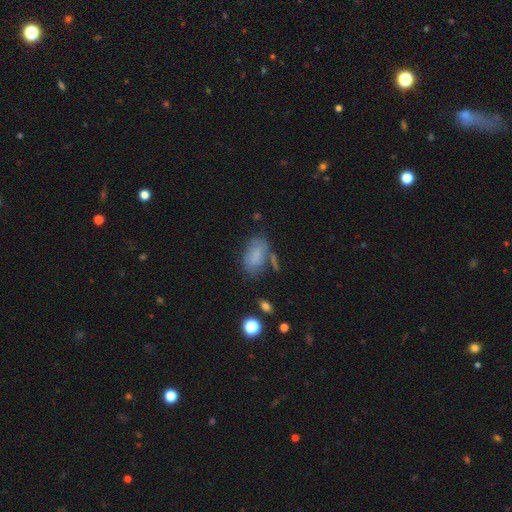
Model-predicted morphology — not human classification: The model was most divided on "merging": none: 53%, minor disturbance: 25%, major disturbance: 12%, merger: 9%. More confident: how rounded — in between (89%); smooth or featured — smooth (71%).